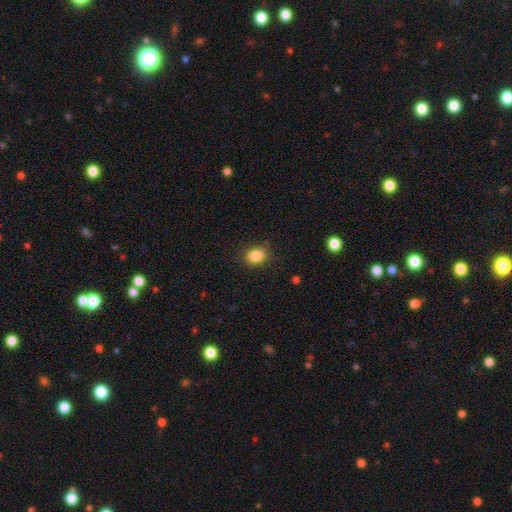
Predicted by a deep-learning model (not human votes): smooth-or-featured: smooth: 85% | star or artifact: 10% | featured or disk: 5%
  how-rounded: round: 55% | in between: 44% | cigar-shaped: 1%
  merging: none: 82% | minor disturbance: 13% | major disturbance: 3% | merger: 1%